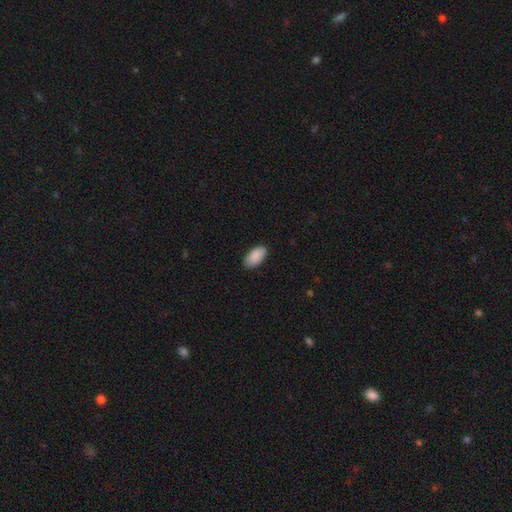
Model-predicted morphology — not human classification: The model was most divided on "merging": none: 86%, minor disturbance: 11%, major disturbance: 2%, merger: 1%. More confident: how rounded — in between (95%); smooth or featured — smooth (90%).